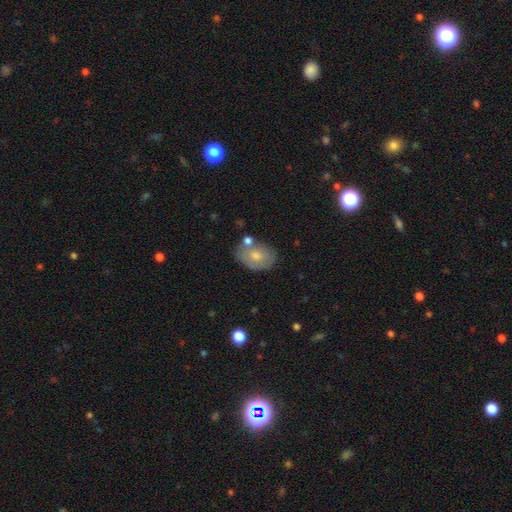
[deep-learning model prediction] smooth 68%, featured or disk 25%, star or artifact 7%. Down the decision tree: how rounded — in between (79%); merging — none (60%).